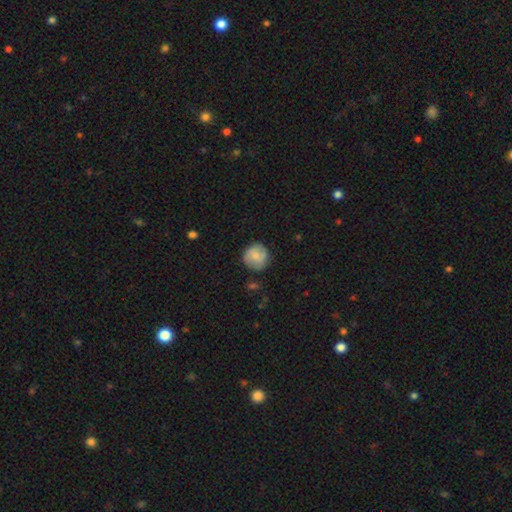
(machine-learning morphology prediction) A smooth galaxy with no disk features (64%) that is round (92%).

Vote fractions:
- Smooth or featured? smooth: 64% / featured or disk: 29% / star or artifact: 7%
- How rounded? round: 92% / in between: 7% / cigar-shaped: 1%
- Merging? none: 79% / minor disturbance: 15% / major disturbance: 4% / merger: 2%